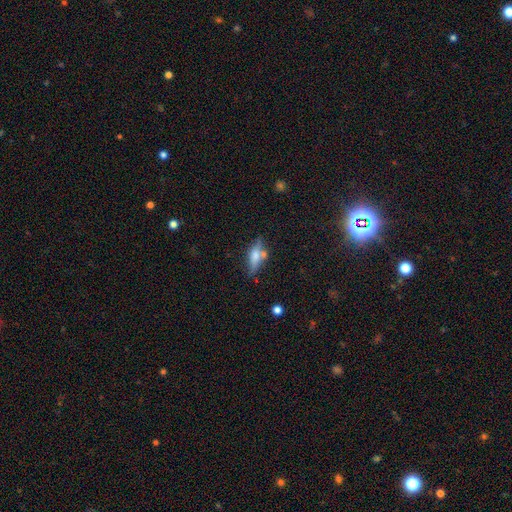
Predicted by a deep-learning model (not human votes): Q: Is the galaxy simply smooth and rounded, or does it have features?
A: smooth — 52%.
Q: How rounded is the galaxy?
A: in between — 55%.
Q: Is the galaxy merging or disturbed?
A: none — 59%.